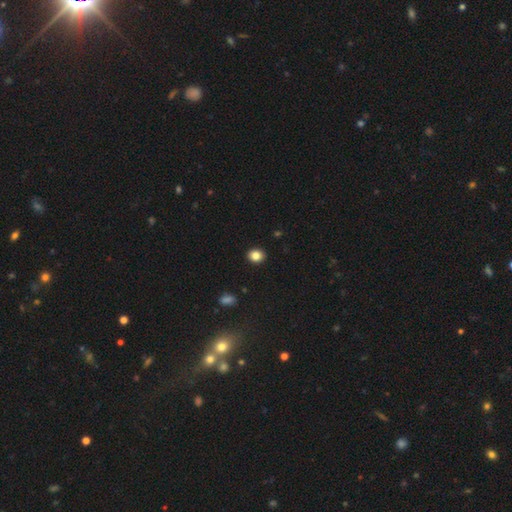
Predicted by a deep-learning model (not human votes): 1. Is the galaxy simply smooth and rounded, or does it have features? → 85% smooth, 10% star or artifact, 5% featured or disk.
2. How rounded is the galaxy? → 64% round, 35% in between, 1% cigar-shaped.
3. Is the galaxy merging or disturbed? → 92% none, 6% minor disturbance, 2% major disturbance, 1% merger.